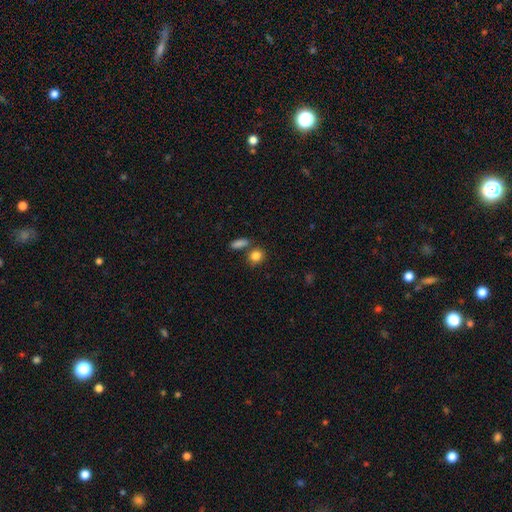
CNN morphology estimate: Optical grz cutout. It shows a smooth galaxy with no disk features (85%) that is round (67%). Merging: none (67%).